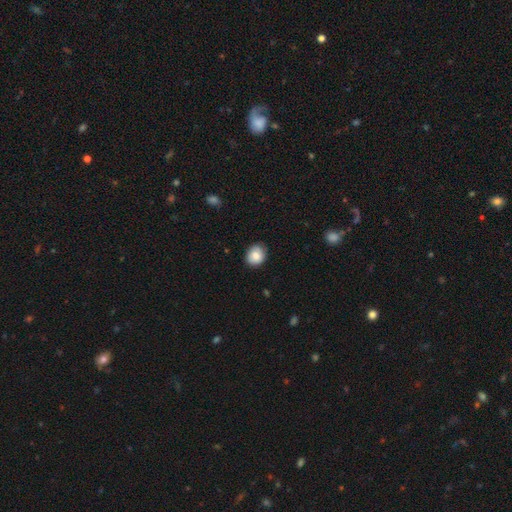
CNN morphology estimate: A smooth galaxy with no disk features (79%) that is round (65%). Merging: none (82%).